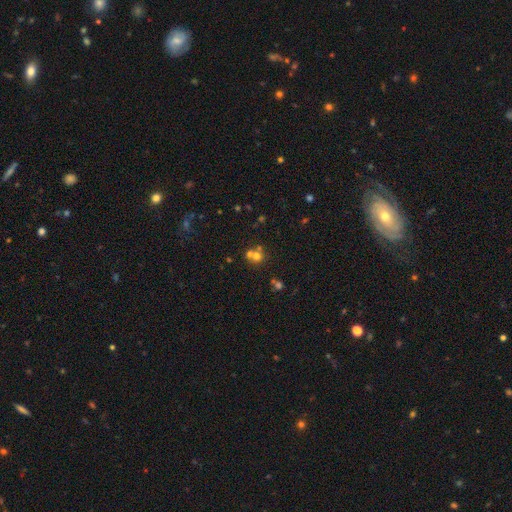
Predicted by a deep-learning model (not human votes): Morphology: type=smooth (61%); roundness=round (85%); merging=none (47%).